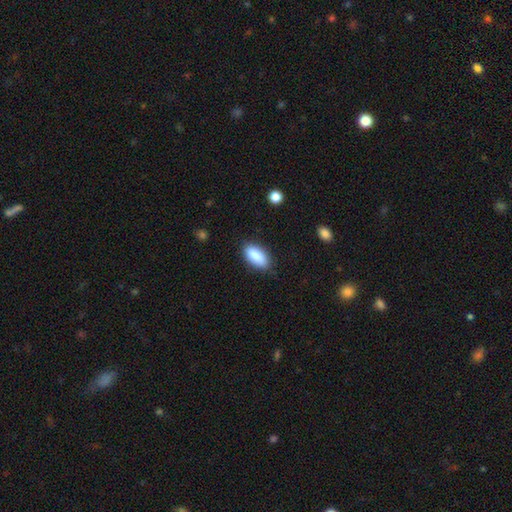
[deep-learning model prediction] Smooth or featured? Predicted: smooth (p=0.89). How rounded? Predicted: in between (p=0.88). Merging? Predicted: none (p=0.84).